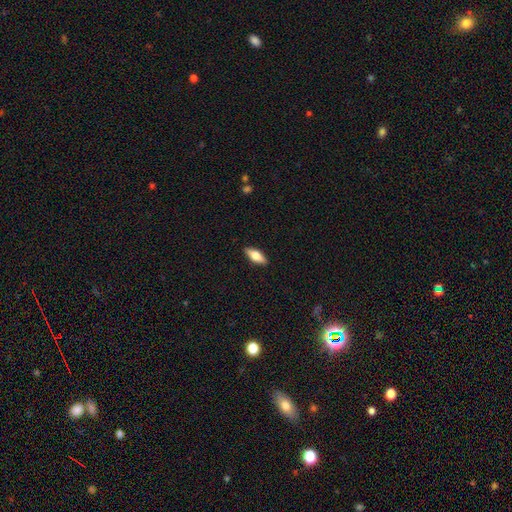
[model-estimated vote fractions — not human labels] Morphology: type=smooth (64%); roundness=in between (72%); merging=none (89%).